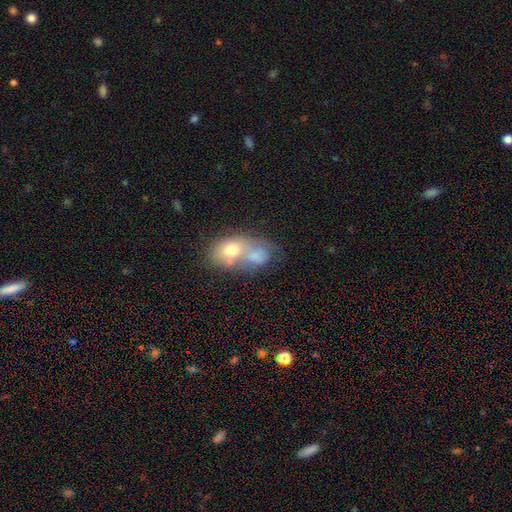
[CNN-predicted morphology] Smooth or featured: smooth — 67% (featured or disk — 25%)
How rounded: in between — 69% (round — 29%)
Merging: merger — 71% (none — 13%)